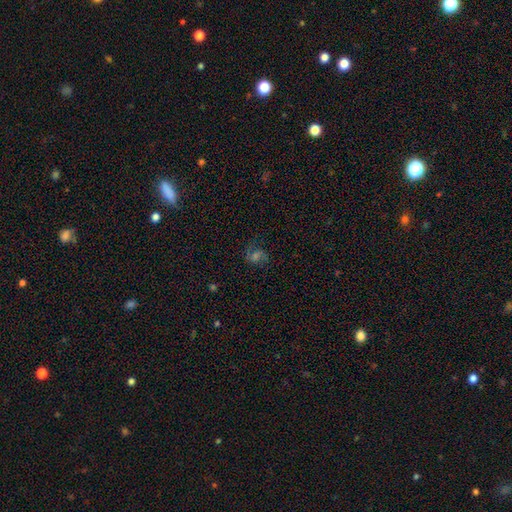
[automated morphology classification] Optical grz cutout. It shows a featured or disk galaxy (44%). Merging: none (67%).